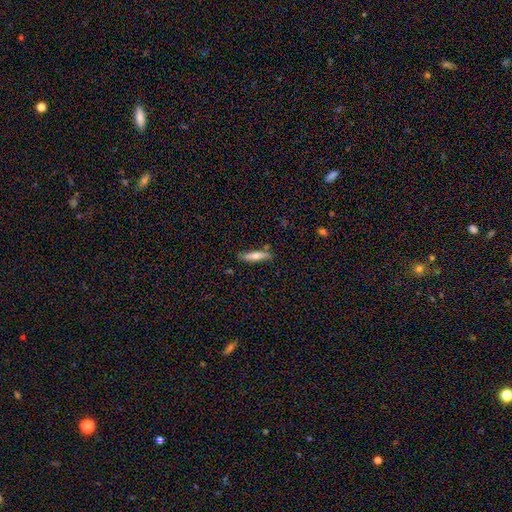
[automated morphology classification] The model was most divided on "smooth or featured": smooth: 64%, featured or disk: 30%, star or artifact: 6%. More confident: merging — none (81%); how rounded — cigar-shaped (77%).